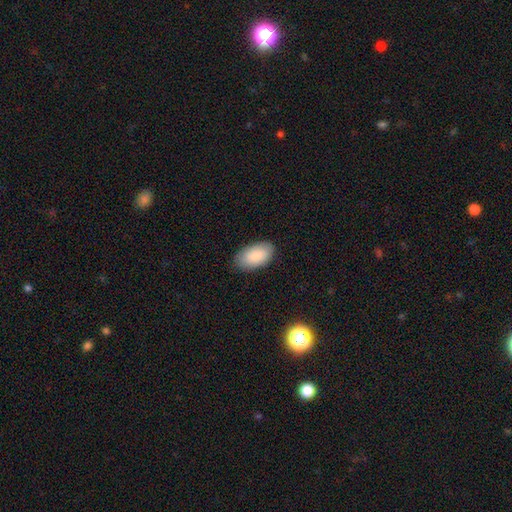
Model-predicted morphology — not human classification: A smooth galaxy with no disk features (87%) that is in between round and cigar-shaped (96%).

Vote fractions:
- Smooth or featured? smooth: 87% / featured or disk: 7% / star or artifact: 6%
- How rounded? in between: 96% / round: 3% / cigar-shaped: 1%
- Merging? none: 84% / minor disturbance: 13% / major disturbance: 3% / merger: 1%